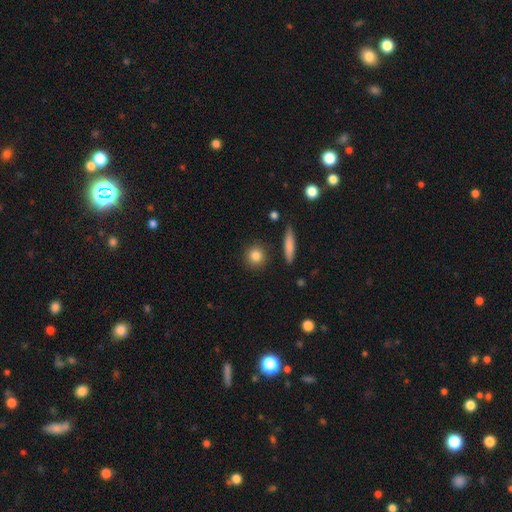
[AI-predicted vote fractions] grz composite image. It shows a smooth galaxy with no disk features (84%) that is round (86%). Merging: none (89%).